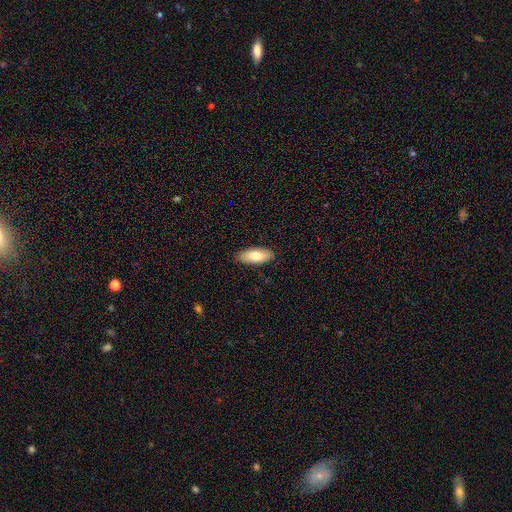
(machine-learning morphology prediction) Smooth or featured? Predicted: smooth (p=0.77). How rounded? Predicted: in between (p=0.84). Merging? Predicted: none (p=0.88).